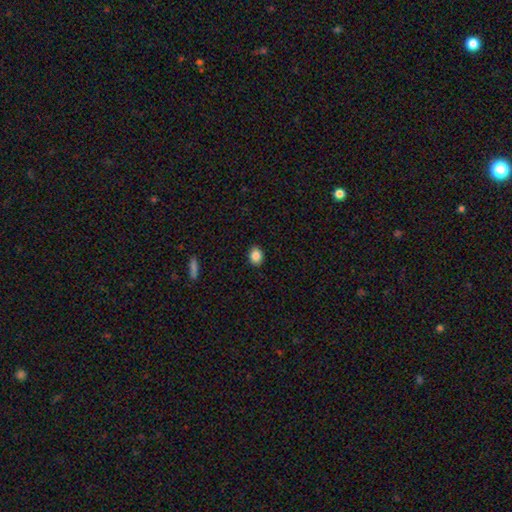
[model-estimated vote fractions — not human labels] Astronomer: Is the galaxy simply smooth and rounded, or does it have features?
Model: smooth — 87%.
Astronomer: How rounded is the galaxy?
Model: in between — 56% (runner-up: round, 43%).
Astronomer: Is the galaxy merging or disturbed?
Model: none — 90%.